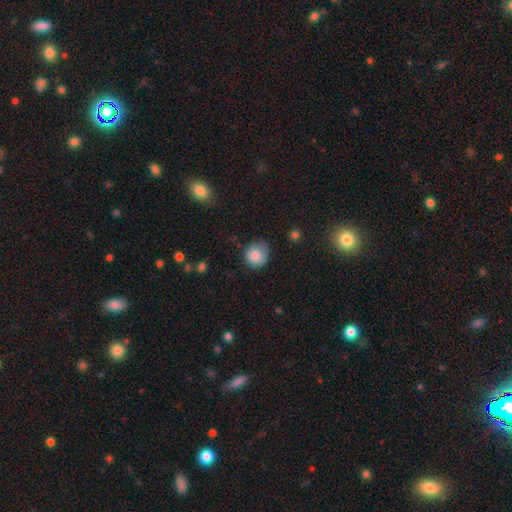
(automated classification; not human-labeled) Smooth or featured: smooth — 84% (star or artifact — 8%)
How rounded: round — 84% (in between — 15%)
Merging: none — 64% (minor disturbance — 27%)